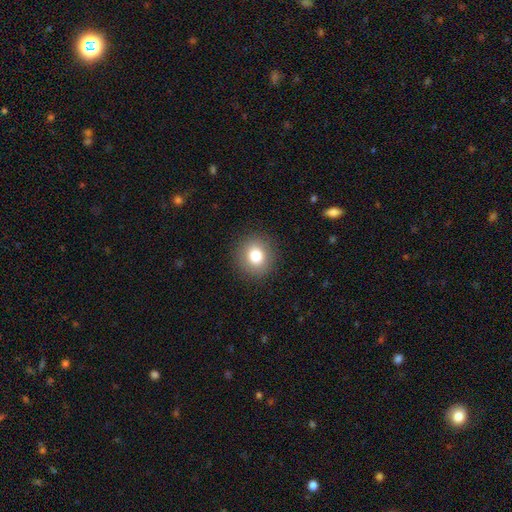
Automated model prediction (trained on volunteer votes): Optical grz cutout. It shows a smooth galaxy with no disk features (79%) that is round (88%). Merging: none (91%).